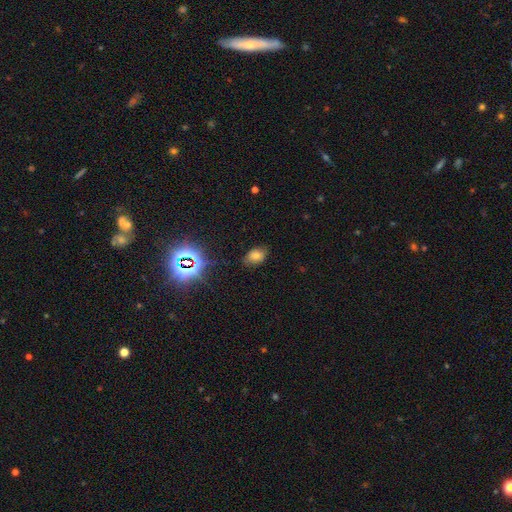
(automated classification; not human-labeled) smooth_or_featured: smooth (p=0.60) [alt: star or artifact p=0.29]
how_rounded: in between (p=0.79) [alt: round p=0.20]
merging: none (p=0.80) [alt: minor disturbance p=0.15]